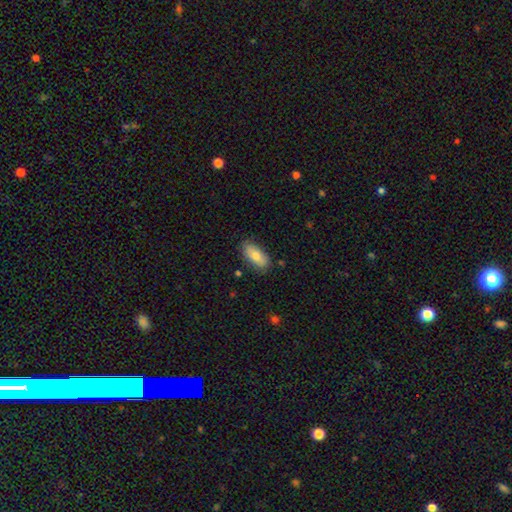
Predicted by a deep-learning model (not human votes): Smooth or featured? Predicted: smooth (p=0.76). How rounded? Predicted: in between (p=0.88). Merging? Predicted: none (p=0.82).